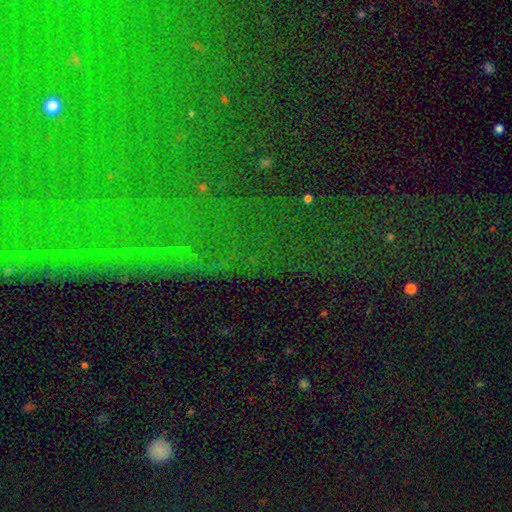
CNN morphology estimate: This appears to be a star or artifact, not a galaxy (81%).